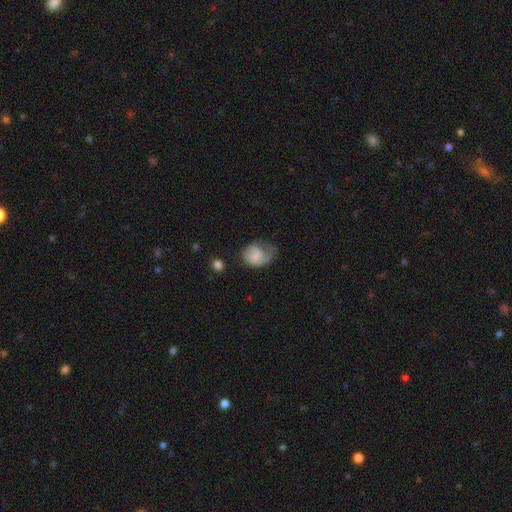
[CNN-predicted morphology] type=smooth (48%); merging=none (37%).